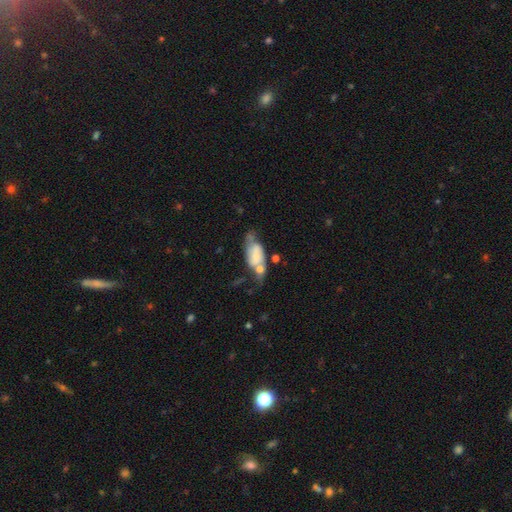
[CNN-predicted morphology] A featured or disk galaxy (55%).

Vote fractions:
- Smooth or featured? featured or disk: 55% / smooth: 38% / star or artifact: 8%
- Edge-on disk? no: 91% / yes: 9%
- Merging? none: 31% / merger: 26% / minor disturbance: 23% / major disturbance: 20%